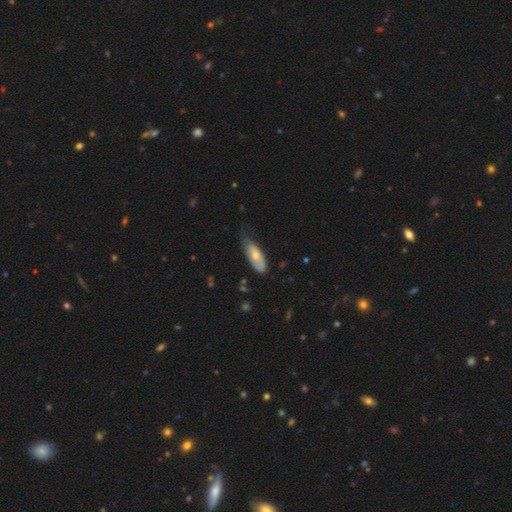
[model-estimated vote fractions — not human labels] Smooth or featured? Predicted: smooth (p=0.62). How rounded? Predicted: in between (p=0.76). Merging? Predicted: none (p=0.43).